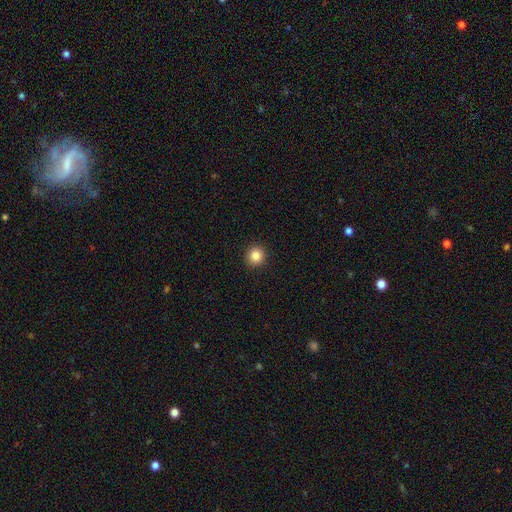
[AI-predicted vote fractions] smooth_or_featured: smooth (p=0.84) [alt: star or artifact p=0.11]
how_rounded: round (p=0.93) [alt: in between p=0.06]
merging: none (p=0.93) [alt: minor disturbance p=0.04]